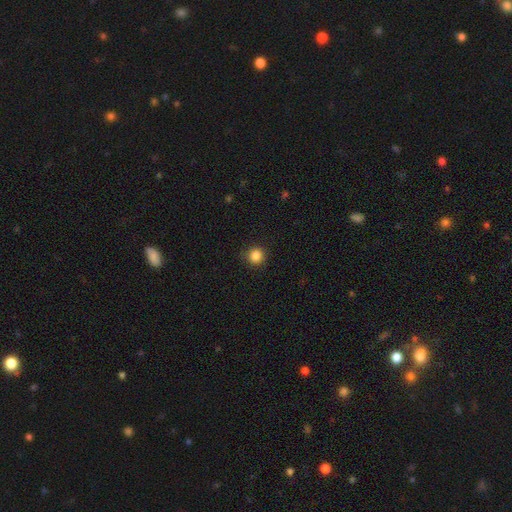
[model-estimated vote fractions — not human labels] Morphology: type=smooth (85%); roundness=round (92%); merging=none (88%).